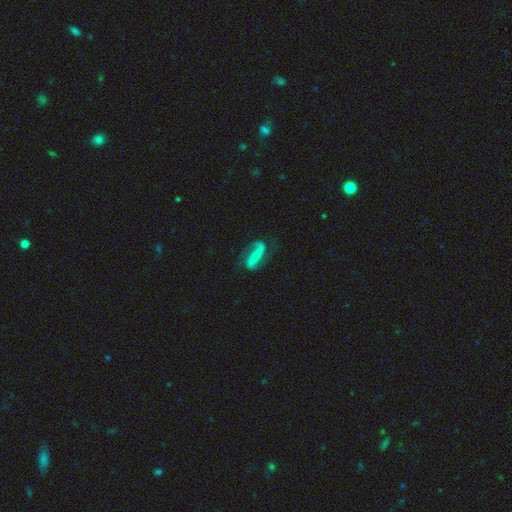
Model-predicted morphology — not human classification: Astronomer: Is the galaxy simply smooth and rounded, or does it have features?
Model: featured or disk — 66%.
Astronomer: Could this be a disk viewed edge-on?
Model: no — 92%.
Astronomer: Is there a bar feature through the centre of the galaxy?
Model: strong — 47% (runner-up: no, 30%).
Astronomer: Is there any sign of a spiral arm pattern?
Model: yes — 88%.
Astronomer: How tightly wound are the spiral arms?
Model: loose — 58%.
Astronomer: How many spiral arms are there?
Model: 2 — 72%.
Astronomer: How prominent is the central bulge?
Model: none — 51% (runner-up: small, 33%).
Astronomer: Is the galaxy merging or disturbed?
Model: none — 53%.